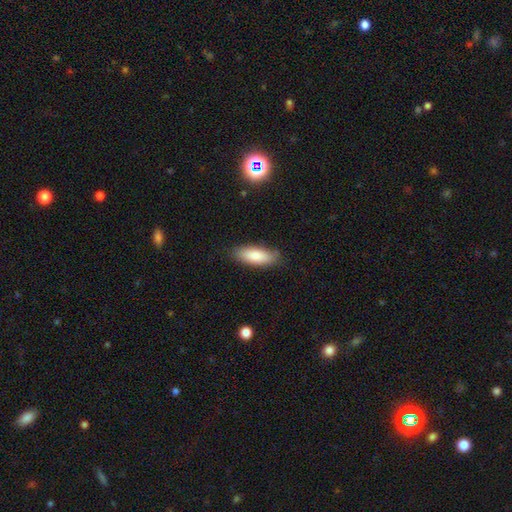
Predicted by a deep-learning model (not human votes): Smooth or featured?
  - smooth: 83% *
  - featured or disk: 11%
  - star or artifact: 6%
How rounded?
  - in between: 69% *
  - cigar-shaped: 29%
  - round: 2%
Merging?
  - none: 83% *
  - minor disturbance: 13%
  - major disturbance: 3%
  - merger: 1%